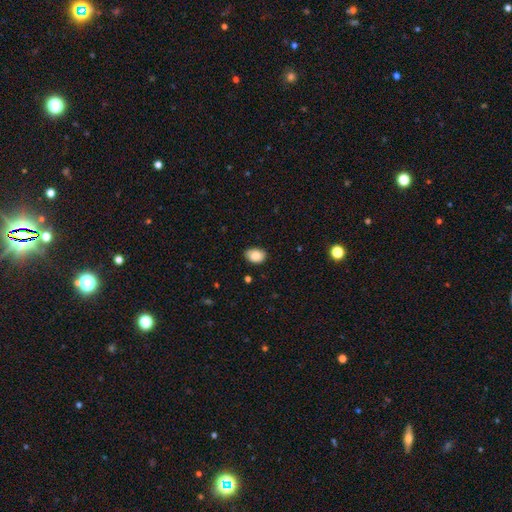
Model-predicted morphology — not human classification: type=smooth (87%); roundness=in between (72%); merging=none (78%).